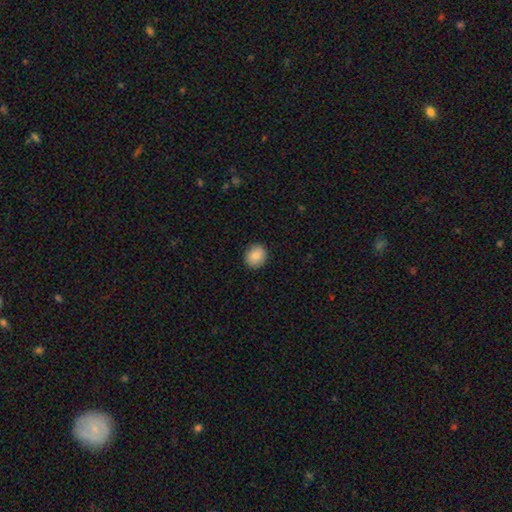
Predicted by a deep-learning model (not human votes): Morphology: type=smooth (84%); roundness=round (76%); merging=none (90%).